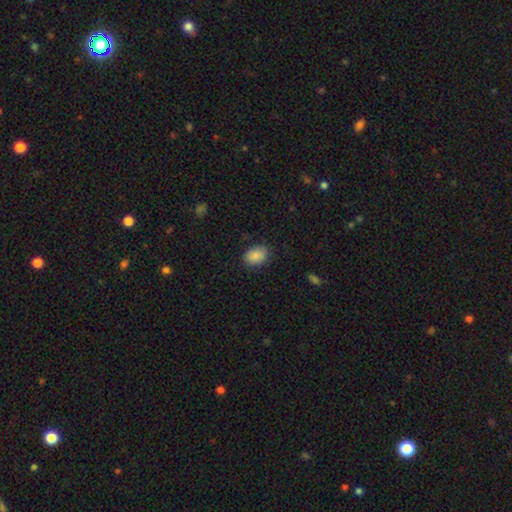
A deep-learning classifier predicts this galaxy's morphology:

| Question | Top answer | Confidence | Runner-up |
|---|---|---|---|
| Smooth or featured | smooth | 88% | star or artifact (8%) |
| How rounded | in between | 77% | round (22%) |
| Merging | none | 83% | minor disturbance (13%) |